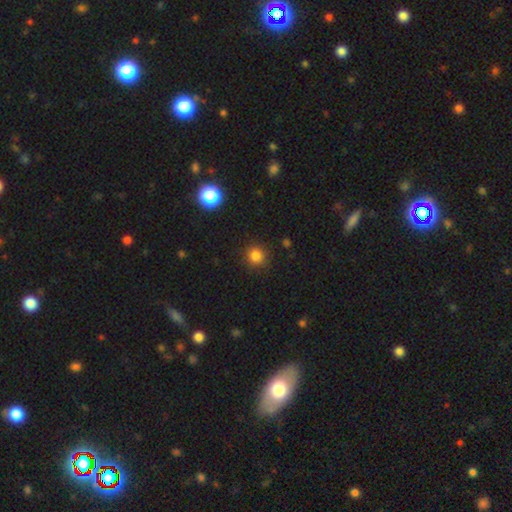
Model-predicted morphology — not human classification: Smooth or featured?
  - smooth: 82% *
  - star or artifact: 14%
  - featured or disk: 4%
How rounded?
  - round: 91% *
  - in between: 8%
  - cigar-shaped: 1%
Merging?
  - none: 89% *
  - minor disturbance: 7%
  - major disturbance: 2%
  - merger: 1%